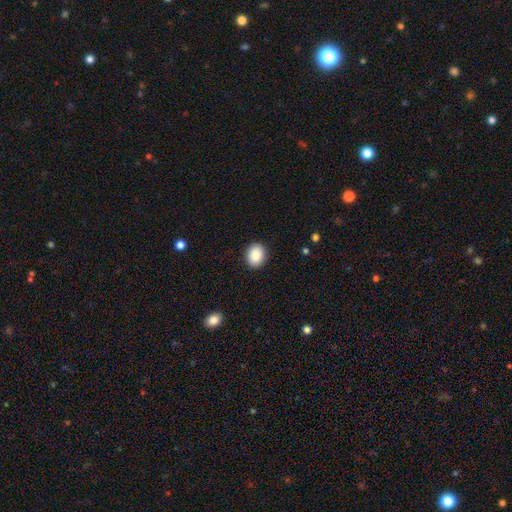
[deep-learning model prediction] smooth-or-featured: smooth: 86% | star or artifact: 8% | featured or disk: 6%
  how-rounded: in between: 55% | round: 44% | cigar-shaped: 1%
  merging: none: 90% | minor disturbance: 7% | major disturbance: 2% | merger: 1%